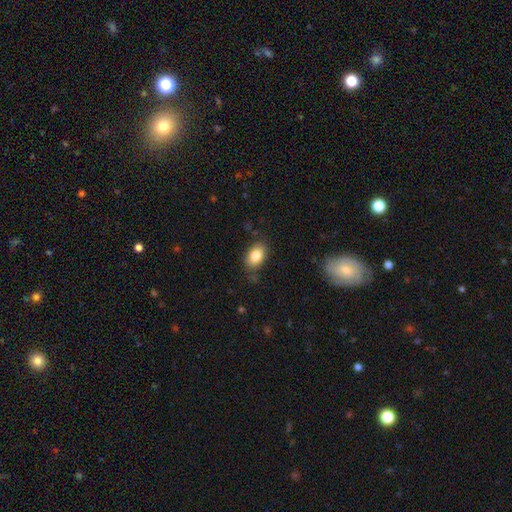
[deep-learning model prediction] The model was most divided on "merging": none: 80%, minor disturbance: 14%, major disturbance: 3%, merger: 2%. More confident: how rounded — in between (86%); smooth or featured — smooth (84%).